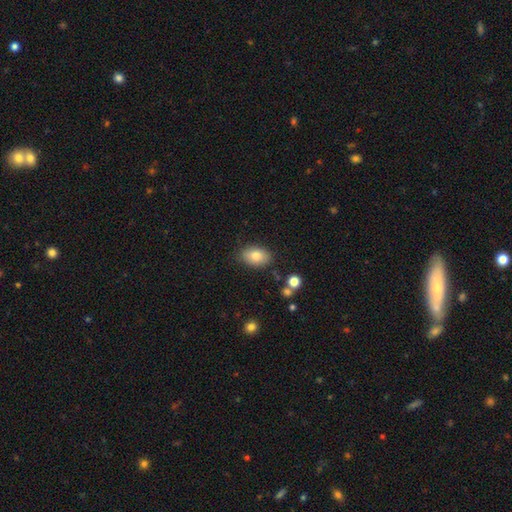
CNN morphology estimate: Smooth or featured? Predicted: smooth (p=0.82). How rounded? Predicted: in between (p=0.86). Merging? Predicted: none (p=0.83).